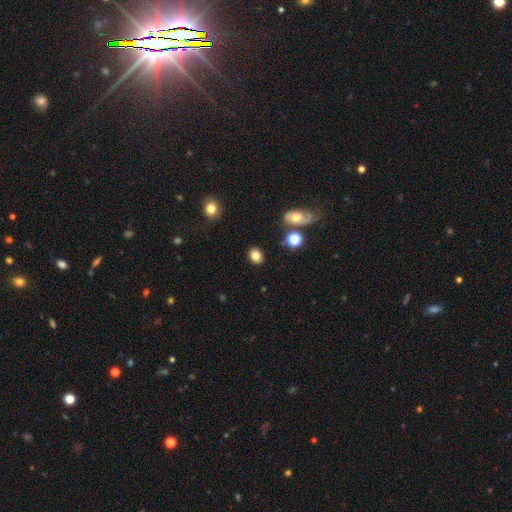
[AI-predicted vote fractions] Smooth or featured: smooth — 80% (star or artifact — 11%)
How rounded: round — 57% (in between — 42%)
Merging: none — 85% (minor disturbance — 9%)